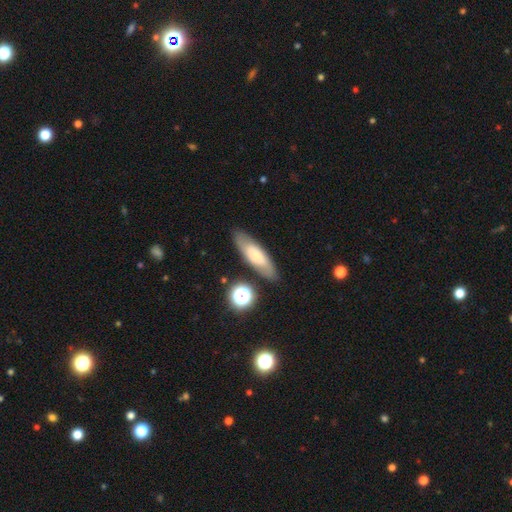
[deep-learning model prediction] Overall: smooth (56%; featured or disk 36%). How rounded: in between (51%; cigar-shaped 46%). Merging: none (80%).